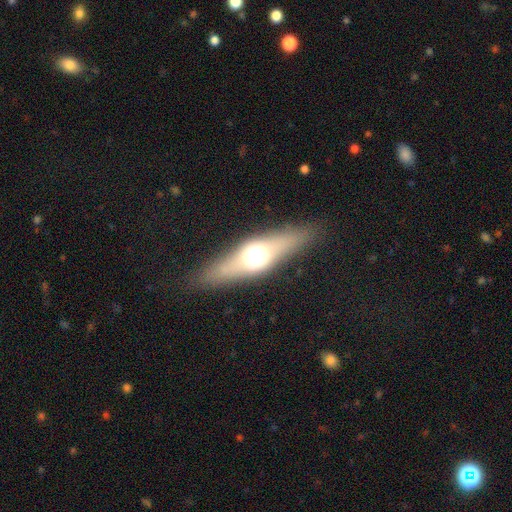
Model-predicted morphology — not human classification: Smooth or featured: featured or disk — 51% (smooth — 38%)
Edge-on disk: yes — 83% (no — 17%)
Merging: none — 86% (minor disturbance — 9%)